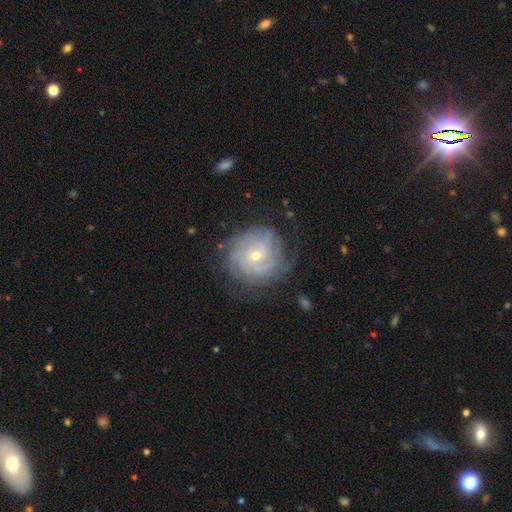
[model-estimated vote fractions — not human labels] smooth-or-featured: featured or disk: 81% | smooth: 11% | star or artifact: 8%
  disk-edge-on: no: 97% | yes: 3%
    bar: no: 68% | weak: 26% | strong: 5%
    has-spiral-arms: yes: 94% | no: 6%
      spiral-winding: tight: 74% | medium: 20% | loose: 6%
      spiral-arm-count: can't tell: 41% | 4: 17% | 3: 14% | 2: 12% | more than 4: 10% | 1: 6%
    bulge-size: small: 65% | moderate: 32% | large: 1% | none: 1% | dominant: 1%
  merging: none: 74% | minor disturbance: 17% | major disturbance: 8% | merger: 1%